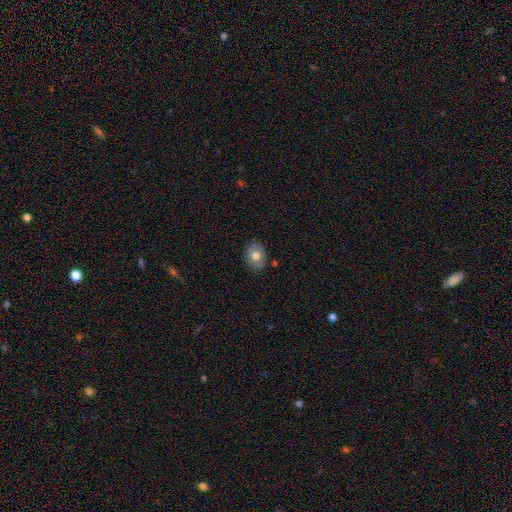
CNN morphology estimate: type=smooth (70%); roundness=in between (55%); merging=none (82%).